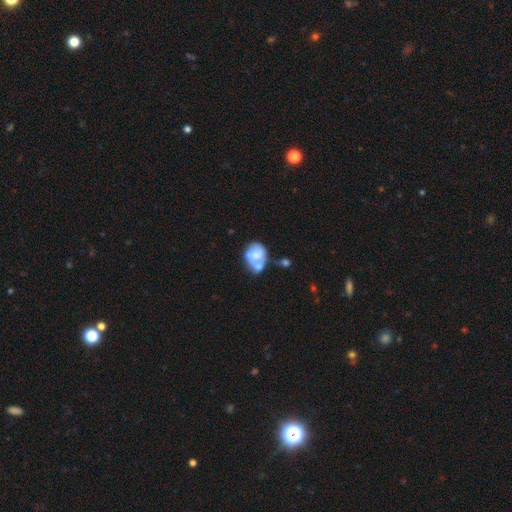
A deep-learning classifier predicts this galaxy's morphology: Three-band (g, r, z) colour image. It shows a smooth galaxy with no disk features (50%) that is in between round and cigar-shaped (60%). Merging: merger (54%).